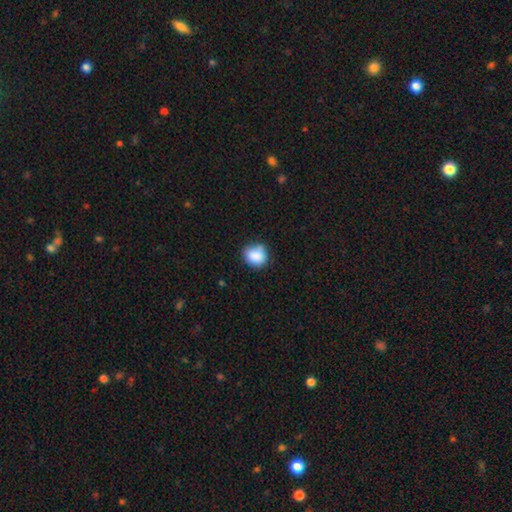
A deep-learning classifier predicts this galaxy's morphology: type=smooth (85%); roundness=round (76%); merging=none (69%).